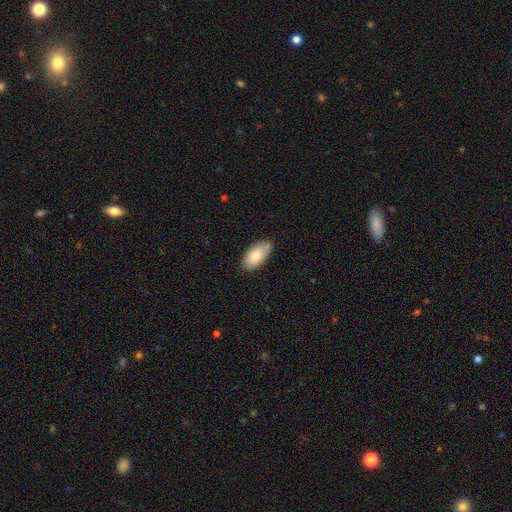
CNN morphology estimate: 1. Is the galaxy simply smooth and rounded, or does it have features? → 81% smooth, 12% featured or disk, 6% star or artifact.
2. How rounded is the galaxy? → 94% in between, 3% cigar-shaped, 3% round.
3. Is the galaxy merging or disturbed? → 73% none, 22% minor disturbance, 3% major disturbance, 2% merger.